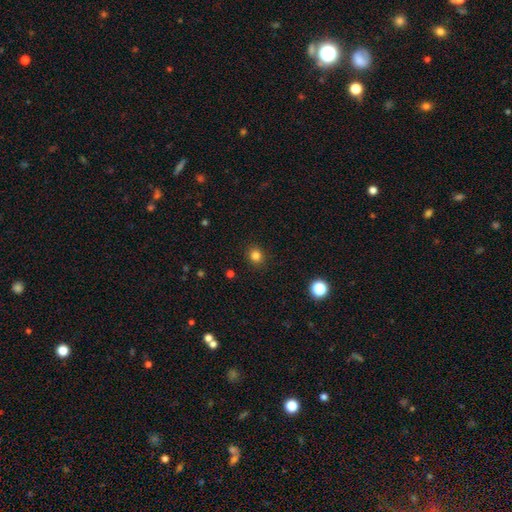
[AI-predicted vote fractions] A smooth galaxy with no disk features (82%) that is round (80%).

Vote fractions:
- Smooth or featured? smooth: 82% / star or artifact: 13% / featured or disk: 5%
- How rounded? round: 80% / in between: 19% / cigar-shaped: 1%
- Merging? none: 90% / minor disturbance: 7% / major disturbance: 2% / merger: 1%